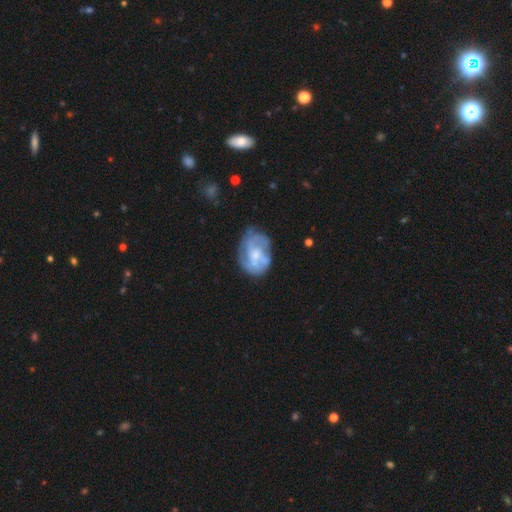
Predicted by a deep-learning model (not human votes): Morphology: type=featured or disk (61%); edge-on=no (97%); bar=no (65%); spiral arms=yes (62%); bulge=small (45%); merging=none (54%).